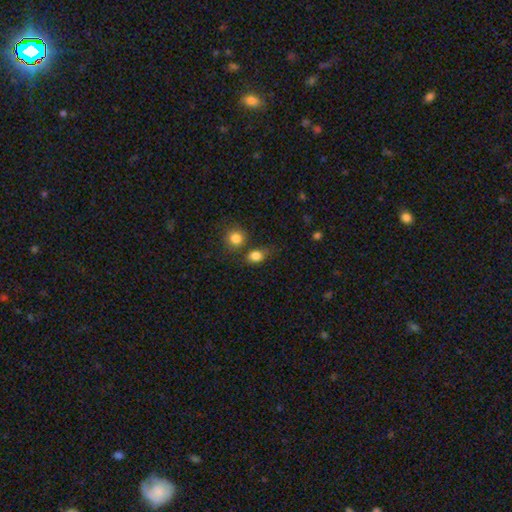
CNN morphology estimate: smooth_or_featured: smooth (p=0.83) [alt: star or artifact p=0.11]
how_rounded: in between (p=0.52) [alt: round p=0.46]
merging: none (p=0.61) [alt: merger p=0.17]